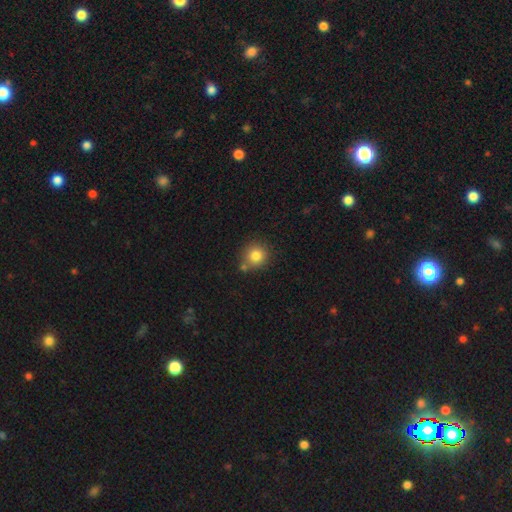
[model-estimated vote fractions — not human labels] A smooth galaxy with no disk features (82%) that is round (91%). Merging: none (70%).